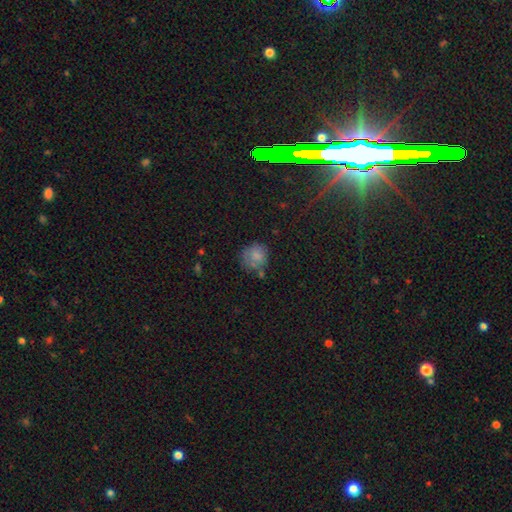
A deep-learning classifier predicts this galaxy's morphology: Smooth or featured? smooth (76%)
How rounded? round (83%)
Merging? none (56%)